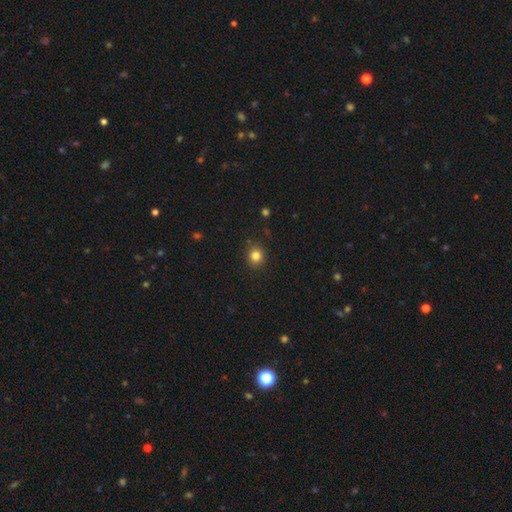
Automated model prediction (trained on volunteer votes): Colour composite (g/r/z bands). It shows a smooth galaxy with no disk features (83%) that is round (85%). Merging: none (90%).